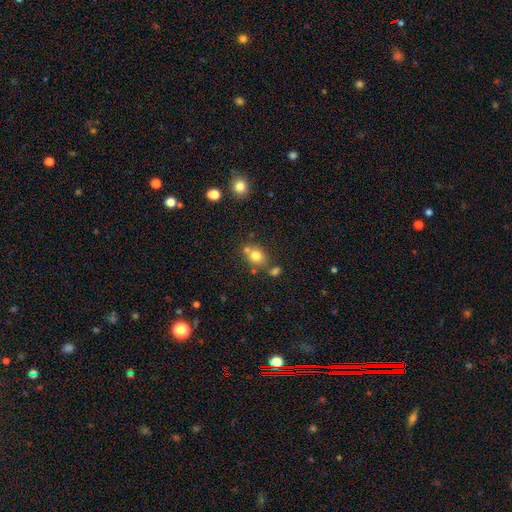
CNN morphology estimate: The model was most divided on "how rounded": round: 65%, in between: 34%, cigar-shaped: 1%. More confident: smooth or featured — smooth (77%); merging — none (61%).